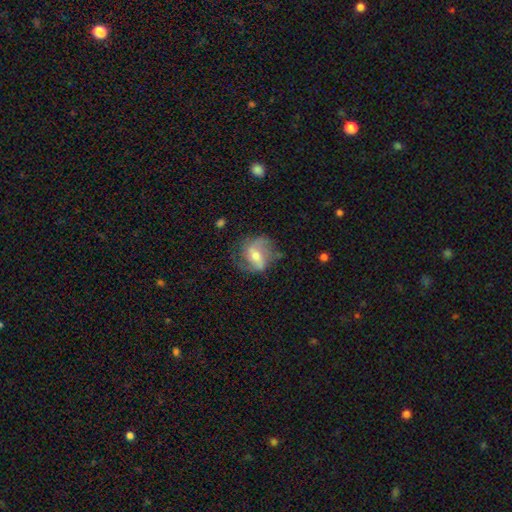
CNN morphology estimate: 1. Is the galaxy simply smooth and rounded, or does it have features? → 68% featured or disk, 25% smooth, 7% star or artifact.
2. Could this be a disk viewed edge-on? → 96% no, 4% yes.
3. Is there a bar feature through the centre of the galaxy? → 44% weak, 28% no, 28% strong.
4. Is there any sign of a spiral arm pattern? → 85% yes, 15% no.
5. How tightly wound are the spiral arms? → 43% loose, 41% medium, 16% tight.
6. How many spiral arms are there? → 79% 2, 10% can't tell, 5% 1, 3% 3, 1% 4, 1% more than 4.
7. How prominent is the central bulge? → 57% moderate, 34% small, 5% large, 2% none, 1% dominant.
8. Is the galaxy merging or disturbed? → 62% none, 23% minor disturbance, 13% major disturbance, 2% merger.